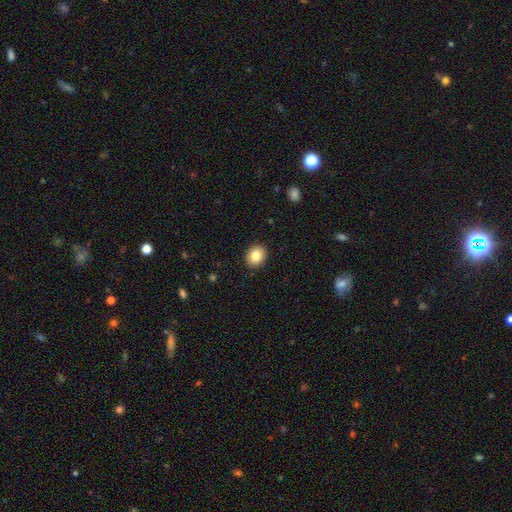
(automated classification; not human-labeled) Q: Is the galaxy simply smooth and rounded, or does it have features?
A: smooth — 84%.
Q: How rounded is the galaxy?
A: round — 54%.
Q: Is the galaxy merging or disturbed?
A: none — 90%.